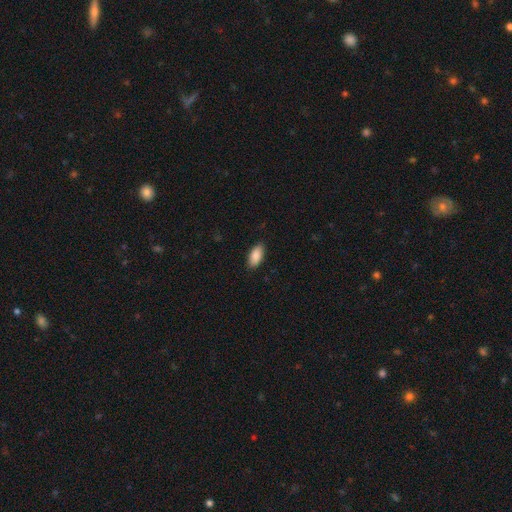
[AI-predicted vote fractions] Smooth or featured: smooth — 88% (star or artifact — 6%)
How rounded: in between — 92% (cigar-shaped — 6%)
Merging: none — 87% (minor disturbance — 10%)